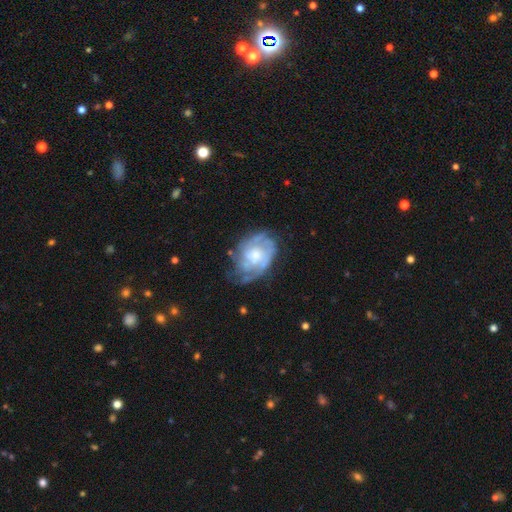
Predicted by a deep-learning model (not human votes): This is likely a featured or disk galaxy (75%). It is clearly not viewed edge-on (97%). Bar: likely no (77%). Spiral arm pattern: likely yes (72%). Spiral arm count: possibly can't tell (53%). Spiral winding: possibly tight (54%). Central bulge: possibly moderate (50%). Merging: possibly none (51%).